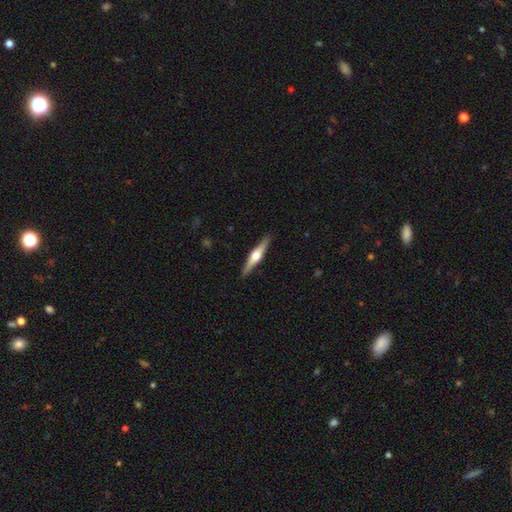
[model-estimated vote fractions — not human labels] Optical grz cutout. It shows a featured or disk galaxy (68%) viewed edge-on (97%) with a rounded central bulge (93%). Merging: none (91%).